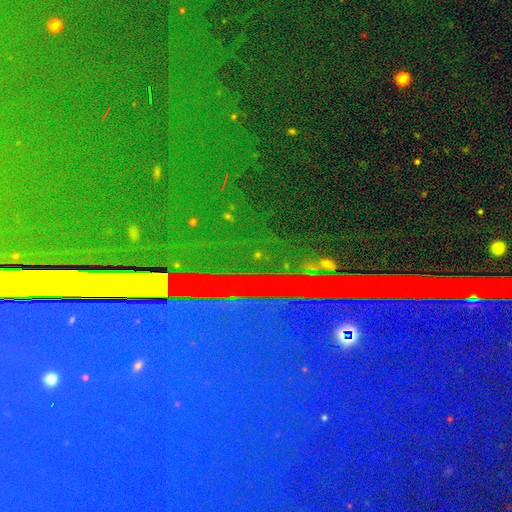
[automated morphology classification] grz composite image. It shows a star or artifact, not a galaxy (87%).